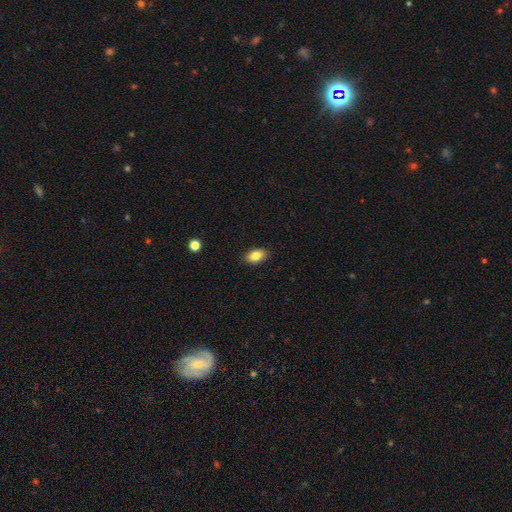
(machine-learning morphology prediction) This is clearly a smooth galaxy (83%). How rounded: clearly in between (91%). Merging: clearly none (89%).